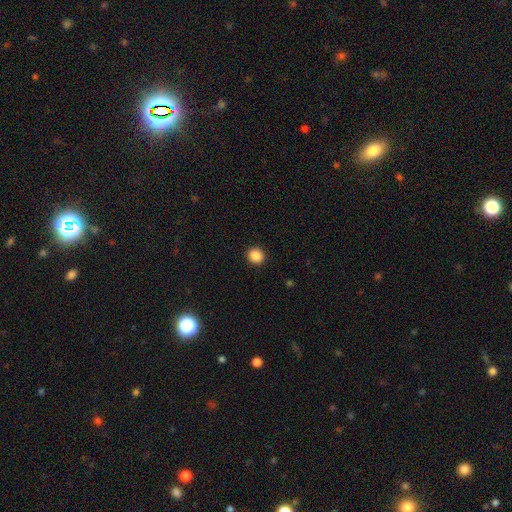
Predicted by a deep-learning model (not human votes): The model was most divided on "how rounded": round: 87%, in between: 12%, cigar-shaped: 1%. More confident: merging — none (92%); smooth or featured — smooth (88%).